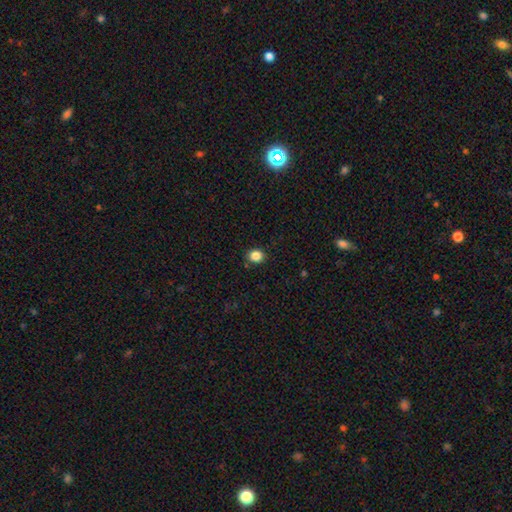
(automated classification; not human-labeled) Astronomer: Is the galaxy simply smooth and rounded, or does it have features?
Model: smooth — 86%.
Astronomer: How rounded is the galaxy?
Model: round — 69%.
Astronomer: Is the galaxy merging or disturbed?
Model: none — 88%.